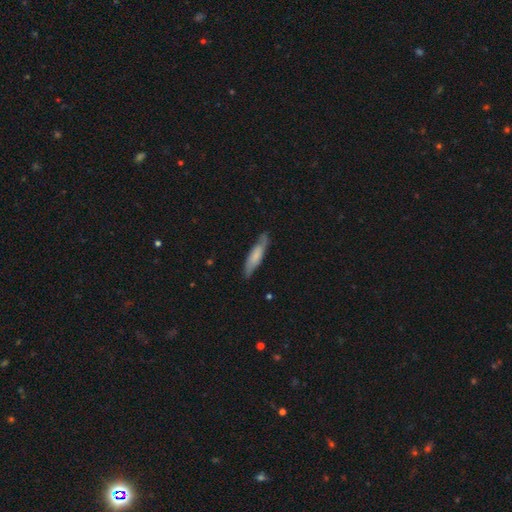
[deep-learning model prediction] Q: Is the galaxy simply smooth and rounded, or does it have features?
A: smooth — 58%.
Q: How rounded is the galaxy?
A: cigar-shaped — 72%.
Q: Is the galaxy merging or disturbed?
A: none — 75%.